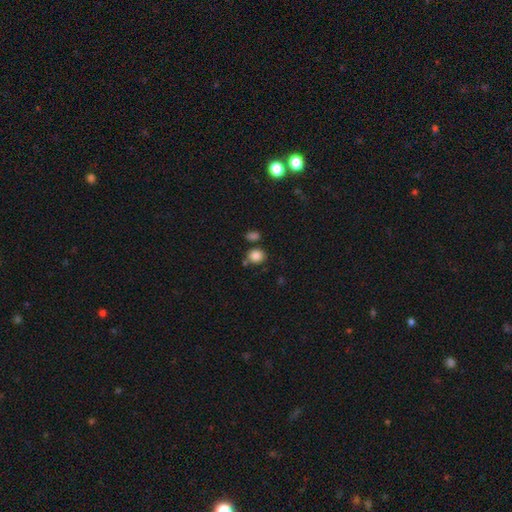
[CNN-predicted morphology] smooth_or_featured: smooth (p=0.85) [alt: star or artifact p=0.10]
how_rounded: round (p=0.70) [alt: in between p=0.29]
merging: none (p=0.71) [alt: merger p=0.13]